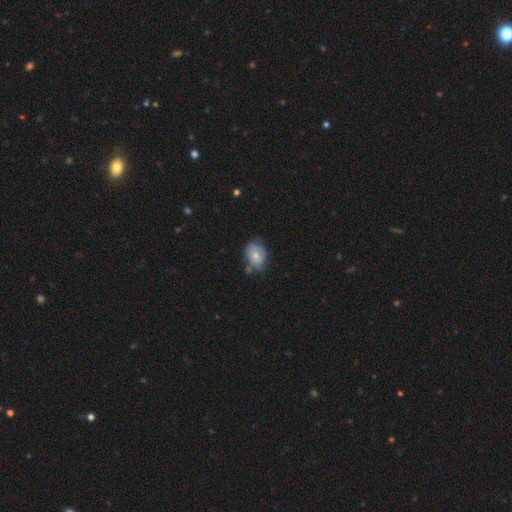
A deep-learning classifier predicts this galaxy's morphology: Smooth or featured?
  - smooth: 70% *
  - featured or disk: 23%
  - star or artifact: 8%
How rounded?
  - in between: 61% *
  - round: 38%
  - cigar-shaped: 1%
Merging?
  - none: 56% *
  - minor disturbance: 30%
  - major disturbance: 7%
  - merger: 6%